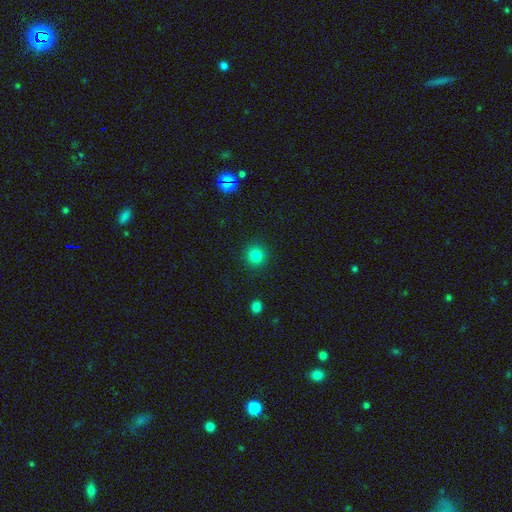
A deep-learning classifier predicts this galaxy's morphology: The model was most divided on "smooth or featured": smooth: 83%, star or artifact: 12%, featured or disk: 4%. More confident: how rounded — round (93%); merging — none (91%).